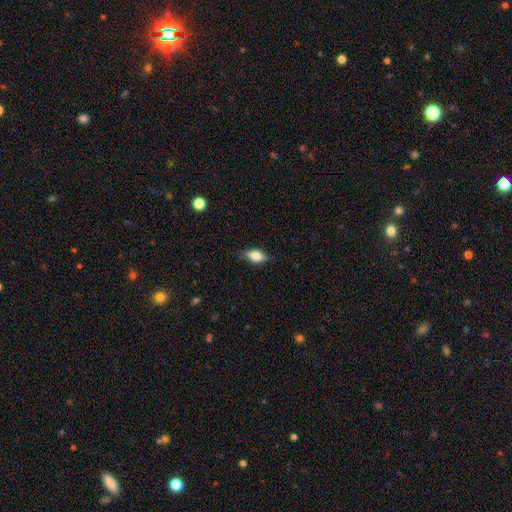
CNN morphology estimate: This is likely a smooth galaxy (69%). How rounded: clearly in between (82%). Merging: clearly none (81%).